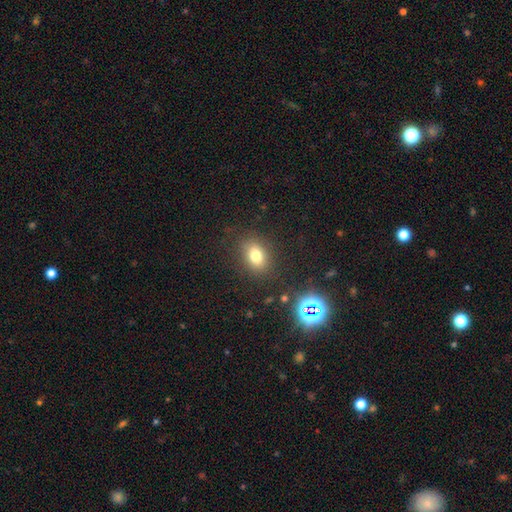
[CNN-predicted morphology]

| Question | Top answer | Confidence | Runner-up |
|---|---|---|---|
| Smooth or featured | smooth | 76% | star or artifact (14%) |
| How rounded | in between | 67% | round (32%) |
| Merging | none | 83% | minor disturbance (11%) |